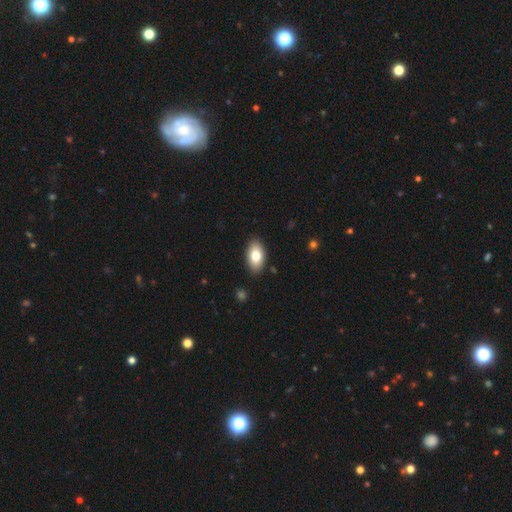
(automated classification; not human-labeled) Smooth or featured? Predicted: smooth (p=0.78). How rounded? Predicted: in between (p=0.94). Merging? Predicted: none (p=0.89).